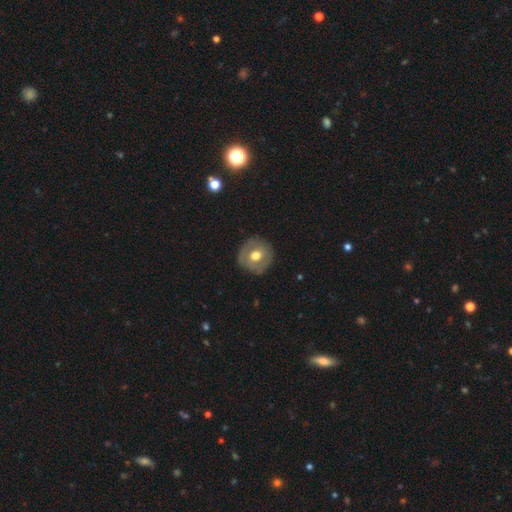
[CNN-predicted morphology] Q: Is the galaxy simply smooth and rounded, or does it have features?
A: smooth — 54%.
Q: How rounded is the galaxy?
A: round — 90%.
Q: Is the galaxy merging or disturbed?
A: none — 82%.